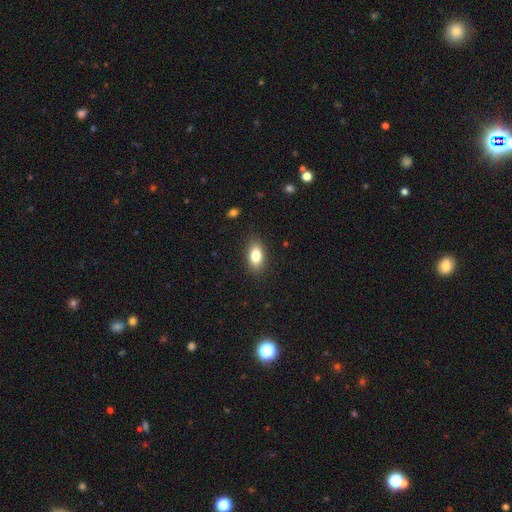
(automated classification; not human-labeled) This is clearly a smooth galaxy (83%). How rounded: clearly in between (89%). Merging: clearly none (87%).